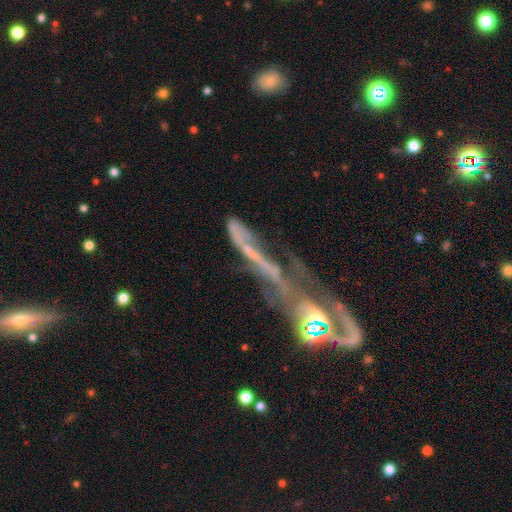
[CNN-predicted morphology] type=featured or disk (58%); edge-on=no (58%); merging=merger (40%).